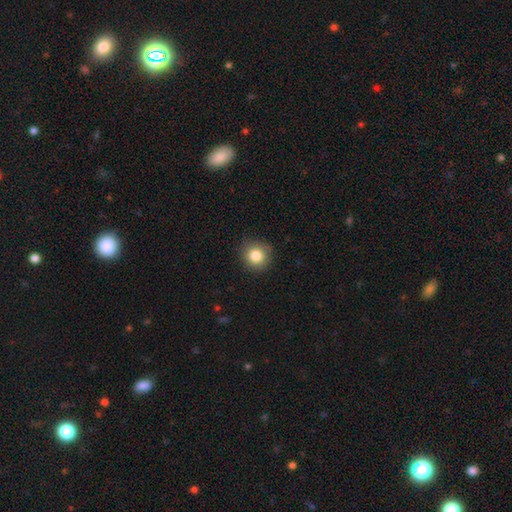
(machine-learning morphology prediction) Smooth or featured? smooth (83%)
How rounded? round (92%)
Merging? none (88%)